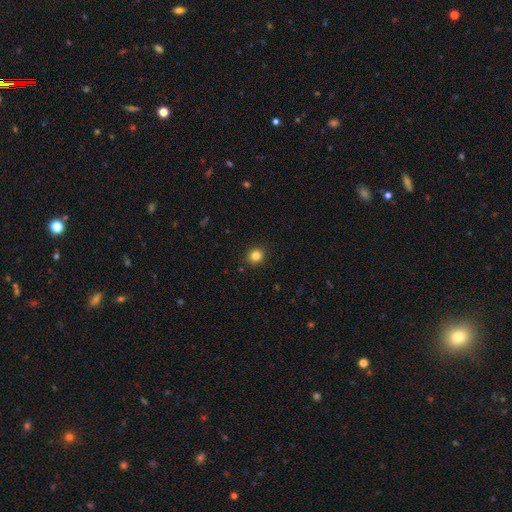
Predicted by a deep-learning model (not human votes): A smooth galaxy with no disk features (83%) that is round (89%).

Vote fractions:
- Smooth or featured? smooth: 83% / star or artifact: 12% / featured or disk: 5%
- How rounded? round: 89% / in between: 10% / cigar-shaped: 1%
- Merging? none: 92% / minor disturbance: 5% / major disturbance: 2% / merger: 1%